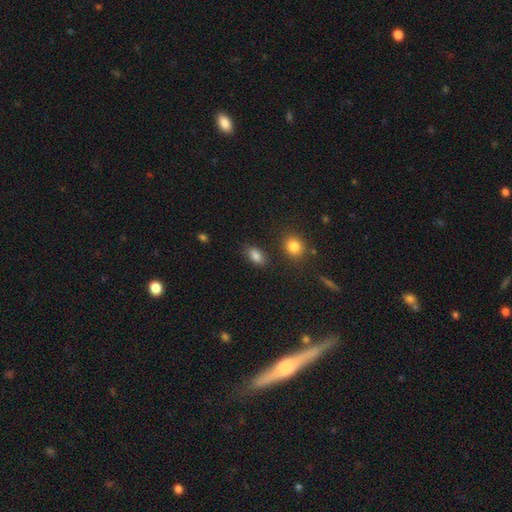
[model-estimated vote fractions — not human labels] A smooth galaxy with no disk features (85%) that is in between round and cigar-shaped (89%). Merging: none (81%).